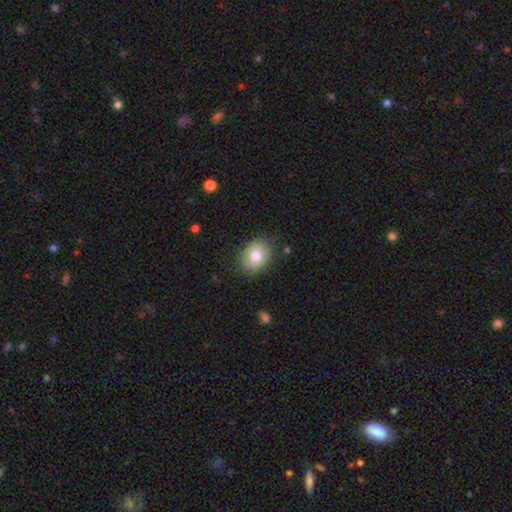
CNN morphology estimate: Smooth or featured?
  - smooth: 79% *
  - featured or disk: 13%
  - star or artifact: 8%
How rounded?
  - in between: 58% *
  - round: 41%
  - cigar-shaped: 1%
Merging?
  - none: 83% *
  - minor disturbance: 13%
  - major disturbance: 3%
  - merger: 1%